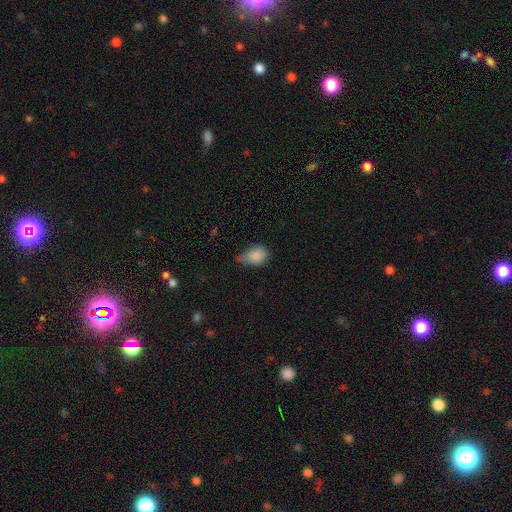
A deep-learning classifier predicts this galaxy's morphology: Overall: smooth (84%). How rounded: in between (73%). Merging: minor disturbance (49%; none 34%).